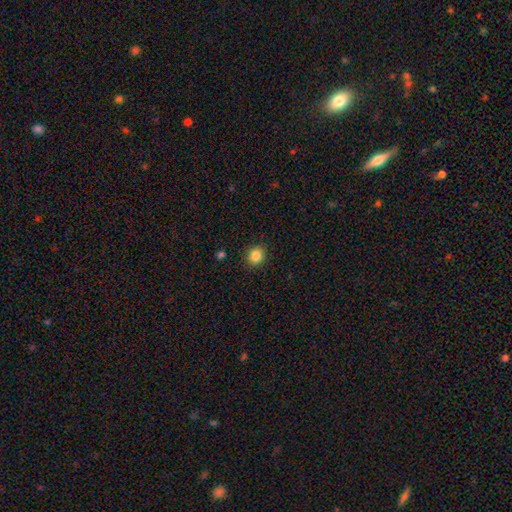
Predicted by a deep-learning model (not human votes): smooth_or_featured: smooth (p=0.85) [alt: star or artifact p=0.10]
how_rounded: round (p=0.75) [alt: in between p=0.24]
merging: none (p=0.90) [alt: minor disturbance p=0.07]